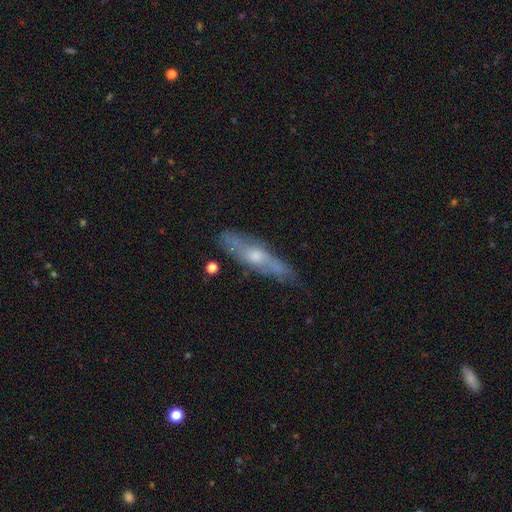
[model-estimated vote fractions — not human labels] Smooth or featured: featured or disk — 59% (smooth — 33%)
Edge-on disk: yes — 57% (no — 43%)
Merging: none — 65% (minor disturbance — 25%)